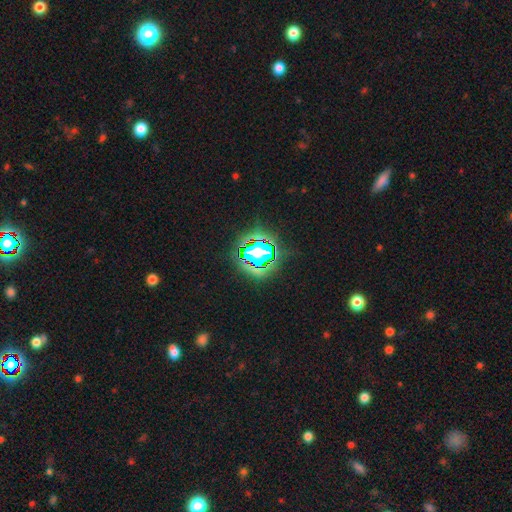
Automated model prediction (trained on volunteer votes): A star or artifact, not a galaxy (76%).